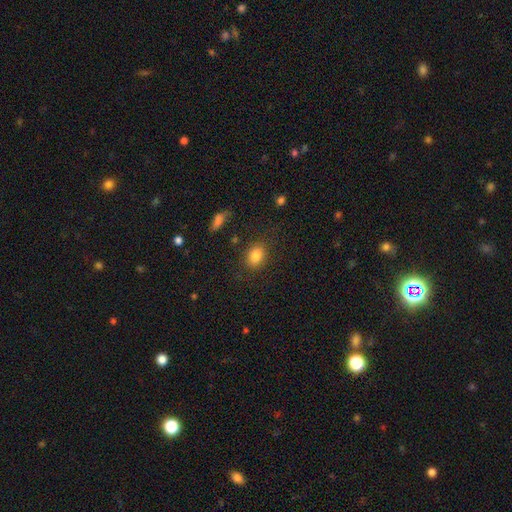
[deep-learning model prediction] This appears to be a smooth galaxy with no disk features (83%) that is in between round and cigar-shaped (65%). Merging: none (83%).